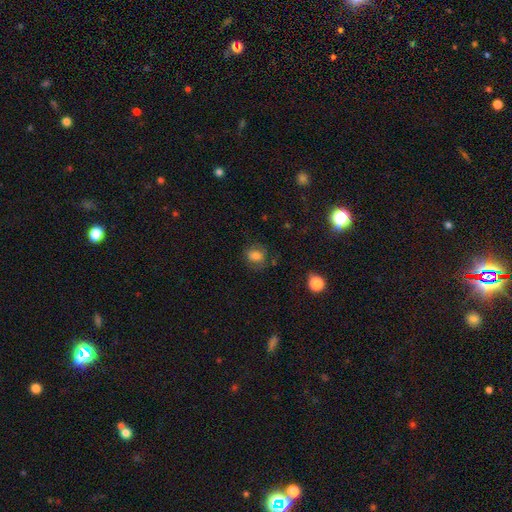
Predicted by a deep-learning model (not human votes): Smooth or featured? Predicted: smooth (p=0.77). How rounded? Predicted: round (p=0.53). Merging? Predicted: none (p=0.71).